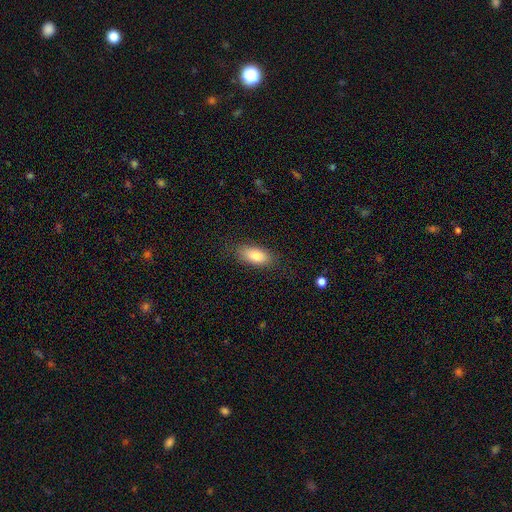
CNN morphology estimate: Overall: smooth (83%). How rounded: in between (86%). Merging: none (83%).